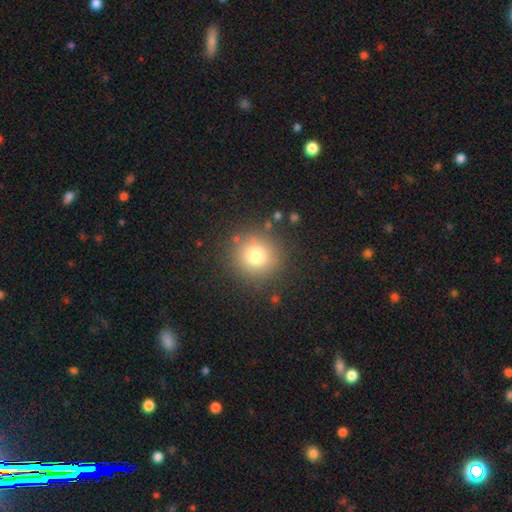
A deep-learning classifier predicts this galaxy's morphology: smooth_or_featured: smooth (p=0.76) [alt: star or artifact p=0.14]
how_rounded: round (p=0.93) [alt: in between p=0.06]
merging: none (p=0.86) [alt: minor disturbance p=0.08]